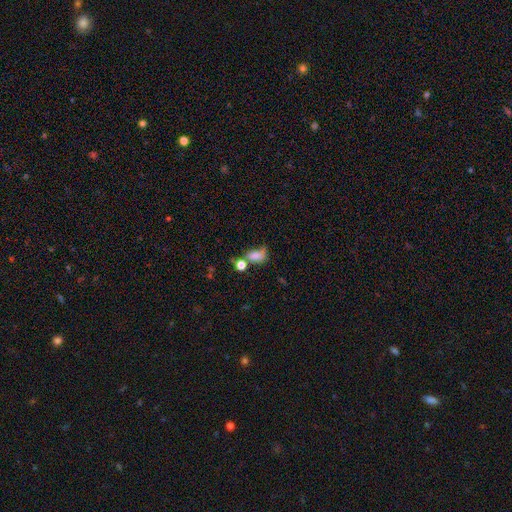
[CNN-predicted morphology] Smooth or featured? smooth (73%)
How rounded? in between (79%)
Merging? none (29%)